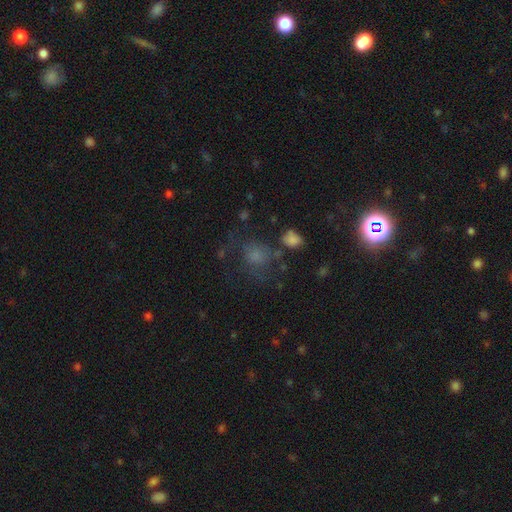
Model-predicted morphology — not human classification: Smooth or featured?
  - smooth: 61% *
  - star or artifact: 22%
  - featured or disk: 17%
How rounded?
  - round: 68% *
  - in between: 31%
  - cigar-shaped: 1%
Merging?
  - none: 53% *
  - major disturbance: 20%
  - minor disturbance: 19%
  - merger: 8%